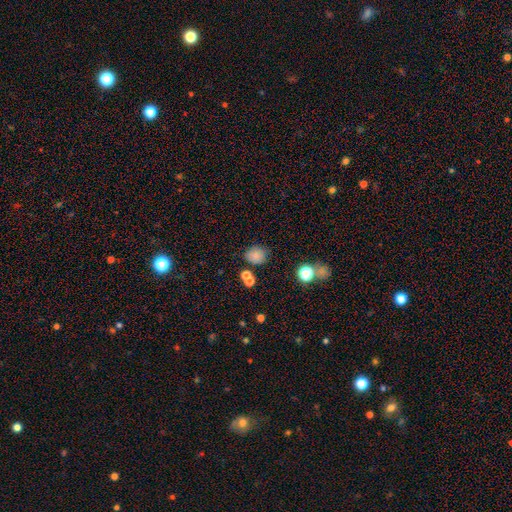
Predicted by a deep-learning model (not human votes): Smooth or featured?
  - smooth: 79% *
  - star or artifact: 14%
  - featured or disk: 7%
How rounded?
  - round: 70% *
  - in between: 29%
  - cigar-shaped: 1%
Merging?
  - none: 73% *
  - minor disturbance: 13%
  - merger: 10%
  - major disturbance: 4%